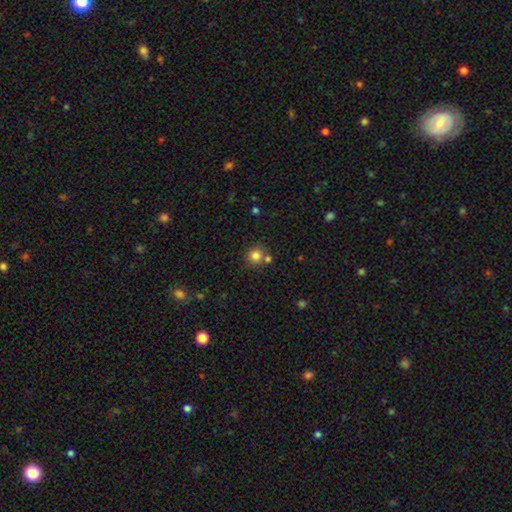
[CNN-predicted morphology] This is clearly a smooth galaxy (82%). How rounded: clearly round (93%). Merging: likely none (73%).